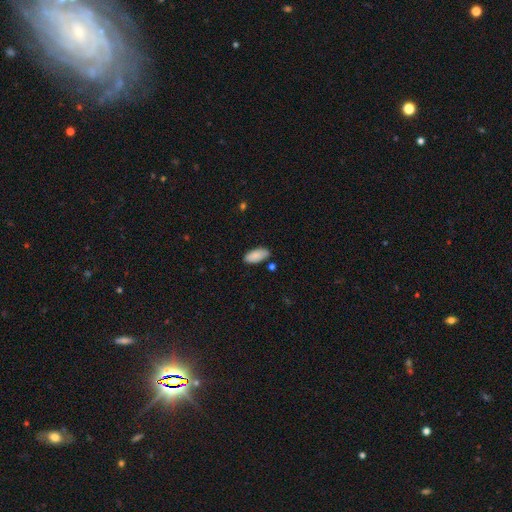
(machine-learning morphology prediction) smooth-or-featured: smooth: 86% | featured or disk: 8% | star or artifact: 6%
  how-rounded: in between: 91% | cigar-shaped: 8% | round: 2%
  merging: none: 76% | minor disturbance: 17% | merger: 4% | major disturbance: 3%